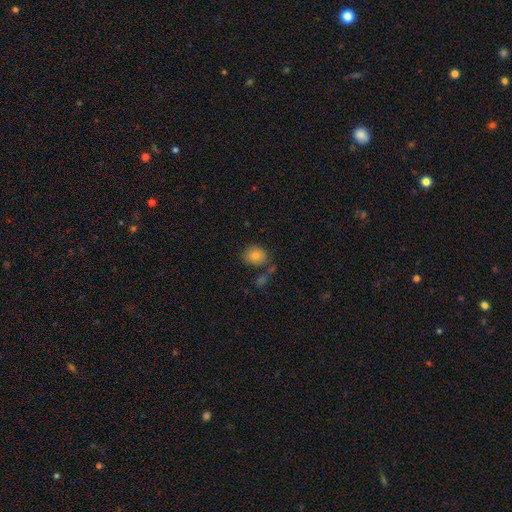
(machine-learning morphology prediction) smooth-or-featured: smooth: 79% | featured or disk: 11% | star or artifact: 10%
  how-rounded: round: 66% | in between: 33% | cigar-shaped: 1%
  merging: none: 69% | minor disturbance: 15% | merger: 11% | major disturbance: 5%